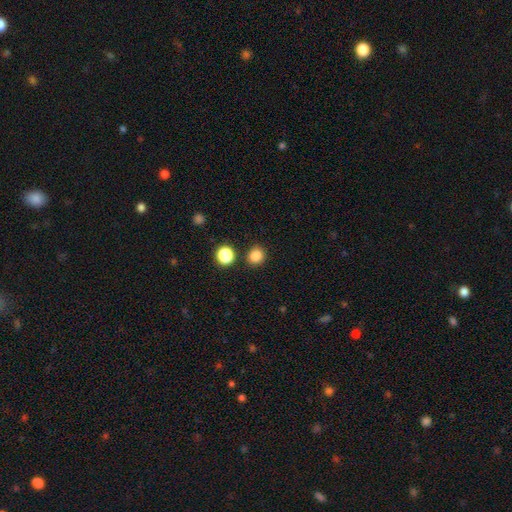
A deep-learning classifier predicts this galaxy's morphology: type=smooth (84%); roundness=round (87%); merging=none (88%).